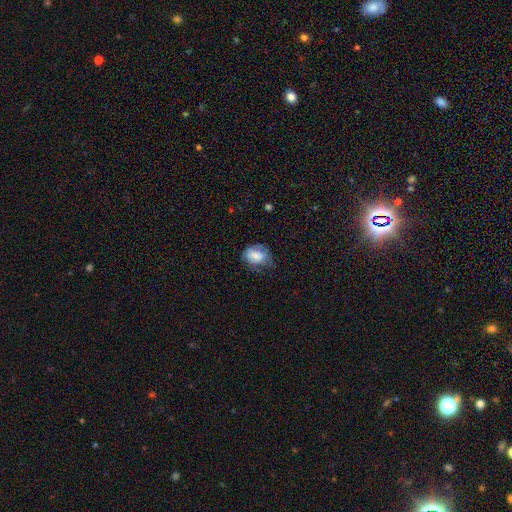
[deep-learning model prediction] Q: Smooth or featured?
A: smooth (70%); runner-up: featured or disk (21%)
Q: How rounded?
A: in between (72%); runner-up: round (26%)
Q: Merging?
A: none (46%); runner-up: minor disturbance (34%)